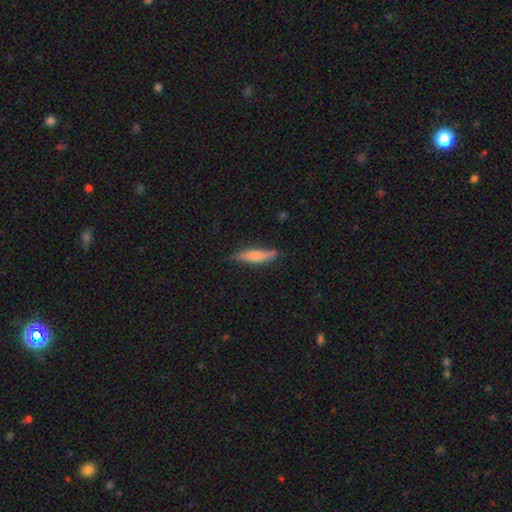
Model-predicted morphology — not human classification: Smooth or featured? smooth (62%)
How rounded? cigar-shaped (76%)
Merging? none (73%)